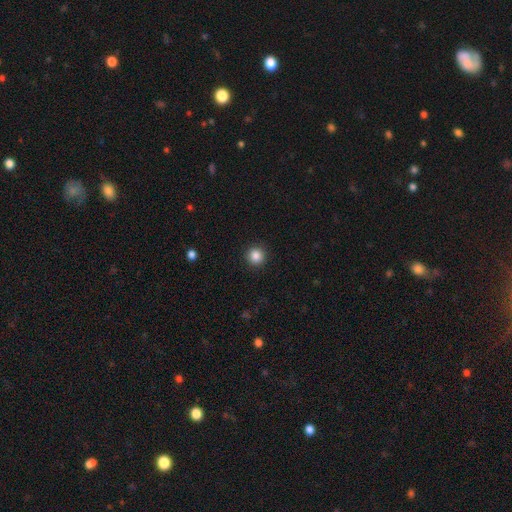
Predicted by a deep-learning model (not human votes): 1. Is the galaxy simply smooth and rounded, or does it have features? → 86% smooth, 10% star or artifact, 4% featured or disk.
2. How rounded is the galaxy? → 94% round, 5% in between, 1% cigar-shaped.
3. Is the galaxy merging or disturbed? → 92% none, 5% minor disturbance, 2% major disturbance, 1% merger.